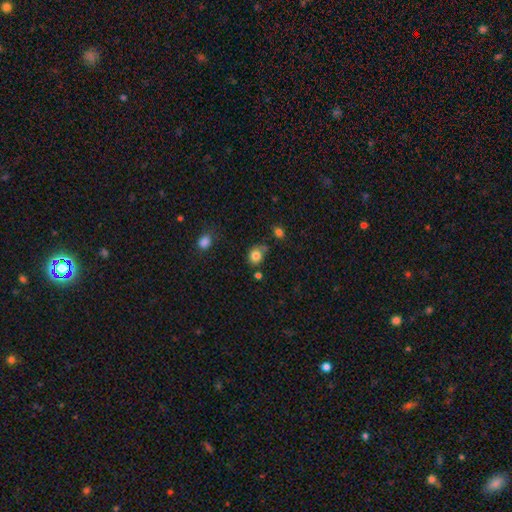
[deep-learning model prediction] A smooth galaxy with no disk features (82%) that is round (62%). Merging: none (59%).